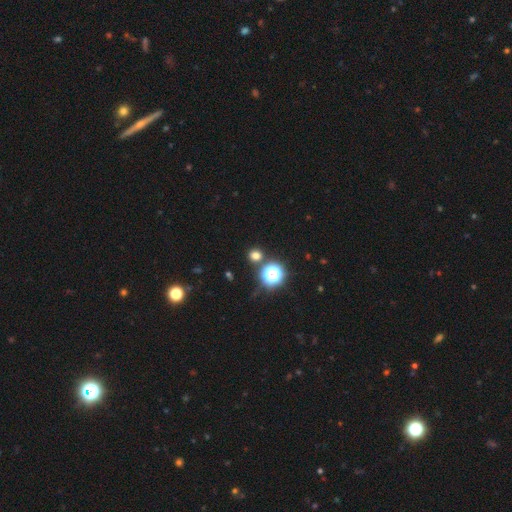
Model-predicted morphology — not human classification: type=smooth (67%); roundness=round (89%); merging=none (84%).